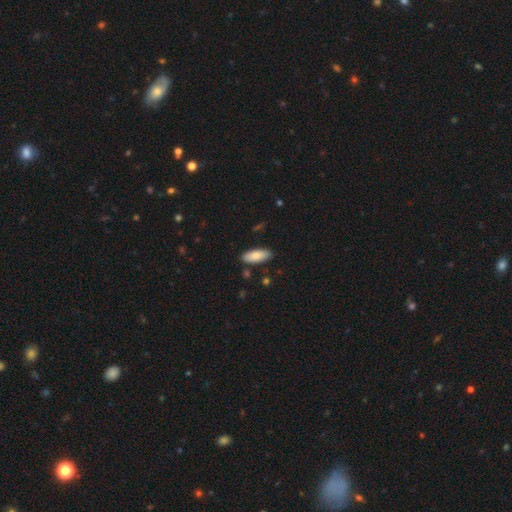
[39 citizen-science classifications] Smooth or featured? smooth (85%)
How rounded? in between (94%)
Merging? none (92%)